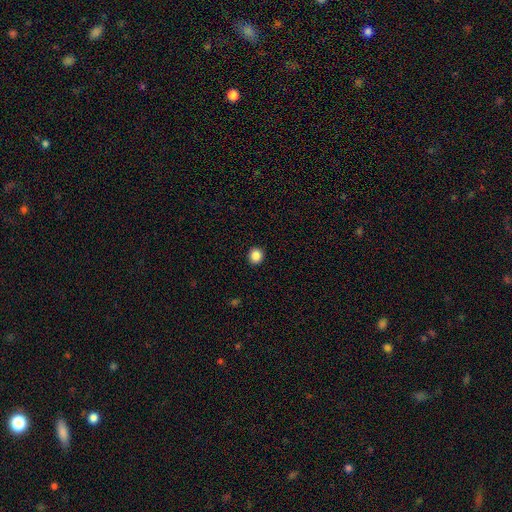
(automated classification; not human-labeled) Smooth or featured? smooth (87%)
How rounded? round (87%)
Merging? none (93%)